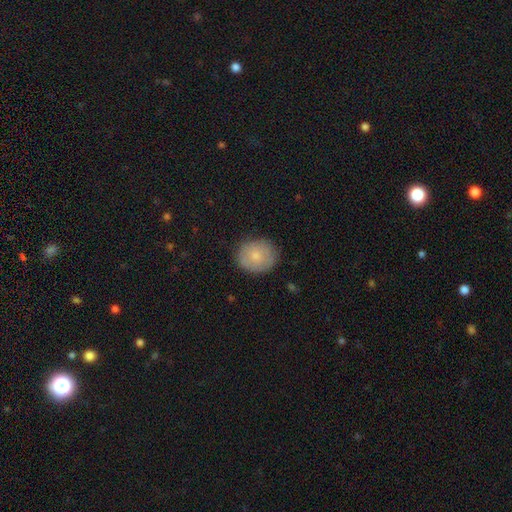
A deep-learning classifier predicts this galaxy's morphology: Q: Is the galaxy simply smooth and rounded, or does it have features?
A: smooth — 75%.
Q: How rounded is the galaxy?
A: round — 81%.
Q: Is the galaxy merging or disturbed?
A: none — 83%.